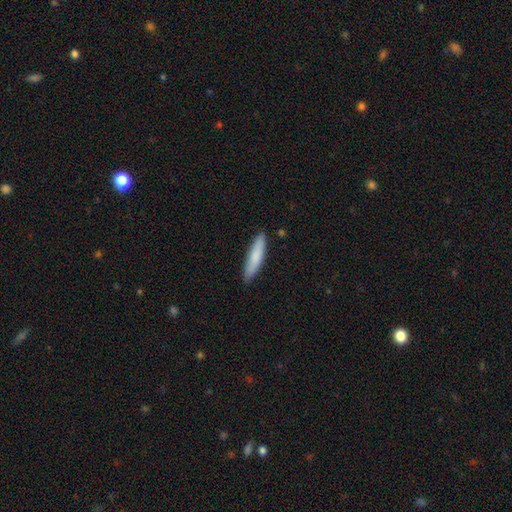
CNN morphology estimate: Smooth or featured: smooth — 80% (featured or disk — 14%)
How rounded: cigar-shaped — 84% (in between — 14%)
Merging: none — 87% (minor disturbance — 10%)